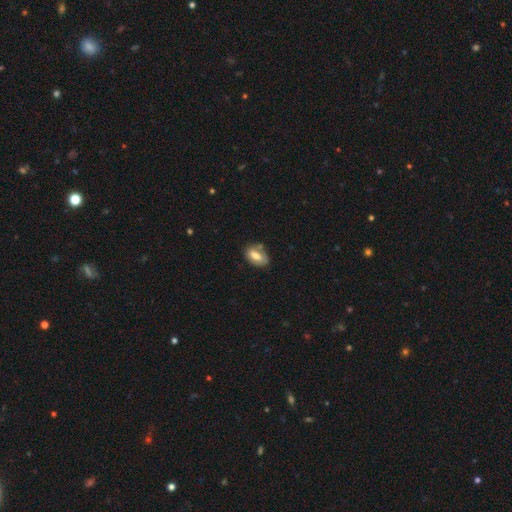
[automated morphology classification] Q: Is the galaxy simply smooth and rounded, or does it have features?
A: smooth — 69%.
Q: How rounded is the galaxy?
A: in between — 87%.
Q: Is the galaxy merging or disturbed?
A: none — 56%.